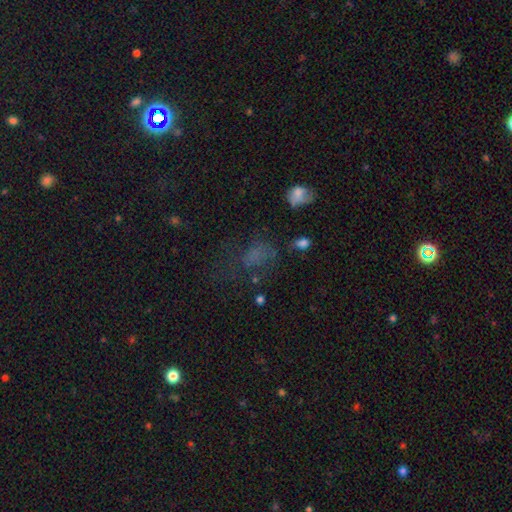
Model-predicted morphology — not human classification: This appears to be a smooth galaxy with no disk features (51%) that is in between round and cigar-shaped (68%). Merging: none (42%).